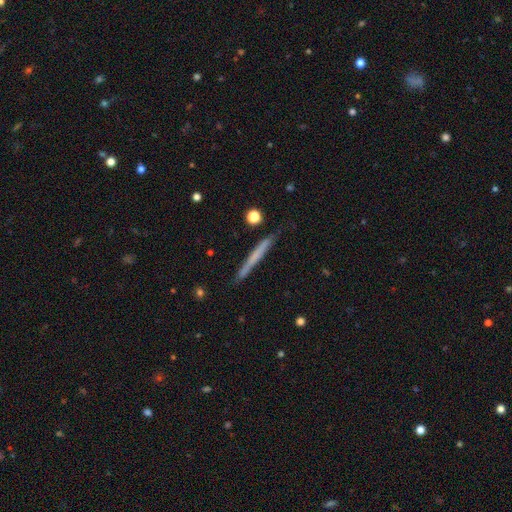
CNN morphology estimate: A smooth galaxy with no disk features (52%) that is cigar-shaped (96%). Merging: none (83%).